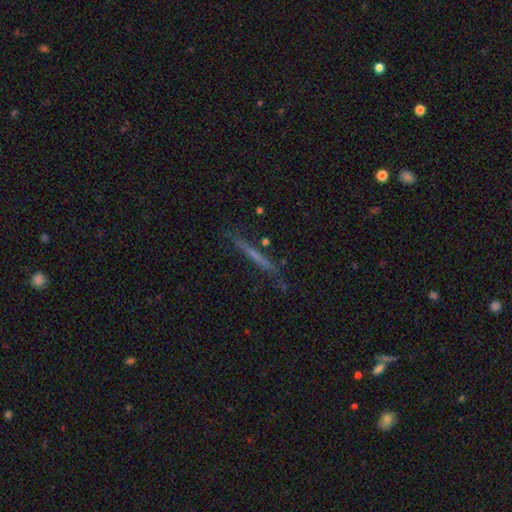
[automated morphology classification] Smooth or featured?
  - featured or disk: 49% *
  - smooth: 41%
  - star or artifact: 10%
Merging?
  - none: 81% *
  - minor disturbance: 13%
  - major disturbance: 3%
  - merger: 3%